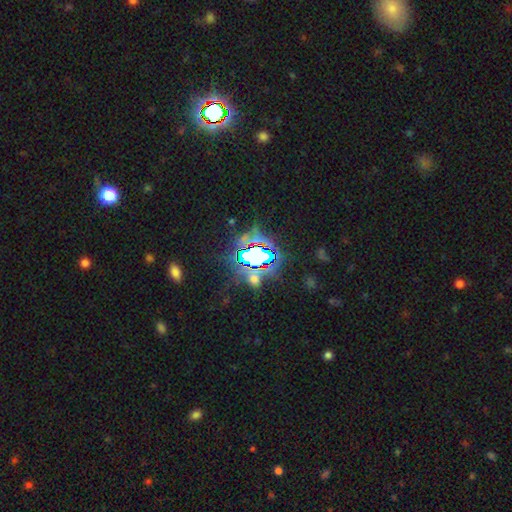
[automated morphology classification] A star or artifact, not a galaxy (74%).